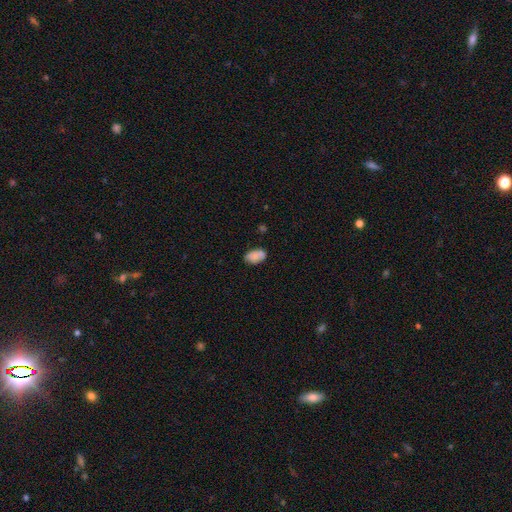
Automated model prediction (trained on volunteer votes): Smooth or featured? smooth (80%)
How rounded? in between (91%)
Merging? none (64%)